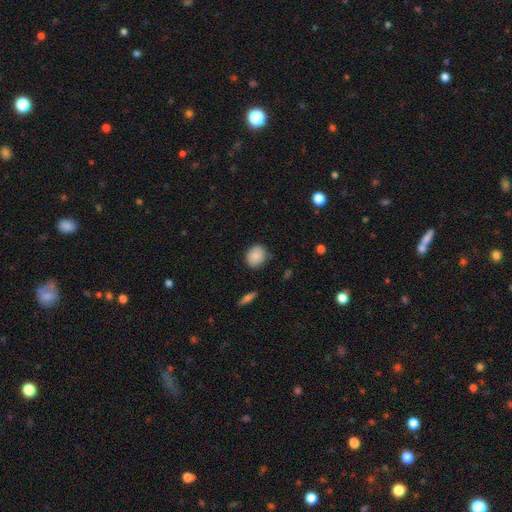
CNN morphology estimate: Smooth or featured? Predicted: smooth (p=0.86). How rounded? Predicted: round (p=0.66). Merging? Predicted: none (p=0.81).